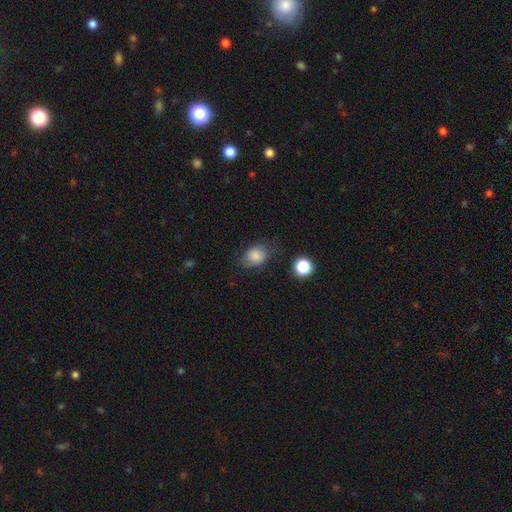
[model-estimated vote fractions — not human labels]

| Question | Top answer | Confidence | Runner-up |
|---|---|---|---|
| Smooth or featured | smooth | 83% | star or artifact (10%) |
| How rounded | in between | 63% | round (36%) |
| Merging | none | 66% | minor disturbance (23%) |